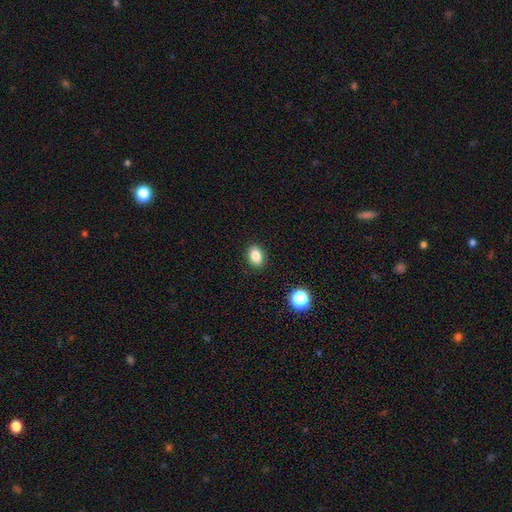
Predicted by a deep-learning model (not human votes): smooth 84%, star or artifact 11%, featured or disk 6%. Down the decision tree: how rounded — in between (76%); merging — none (89%).